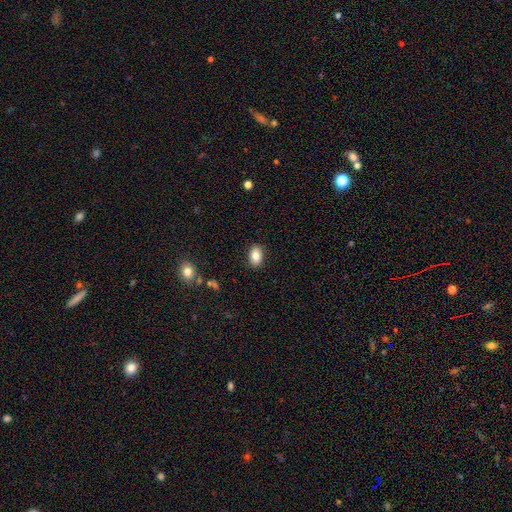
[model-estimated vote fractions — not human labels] The model was most divided on "how rounded": in between: 85%, round: 13%, cigar-shaped: 1%. More confident: merging — none (88%); smooth or featured — smooth (82%).